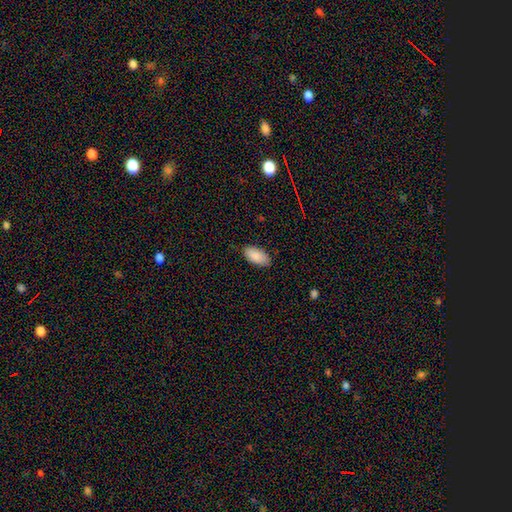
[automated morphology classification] This is clearly a smooth galaxy (88%). How rounded: clearly in between (95%). Merging: clearly none (84%).